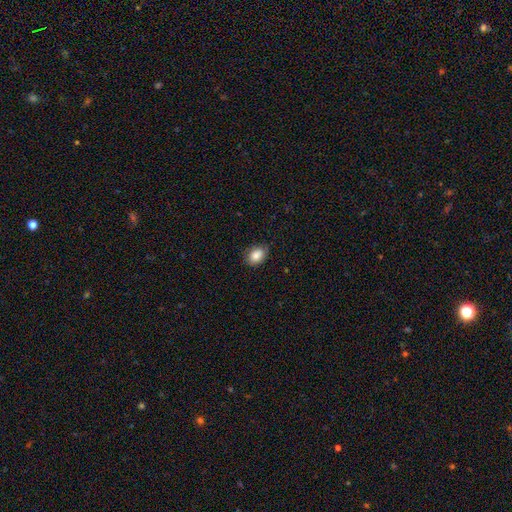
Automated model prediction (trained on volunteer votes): Morphology: type=smooth (84%); roundness=in between (78%); merging=none (81%).